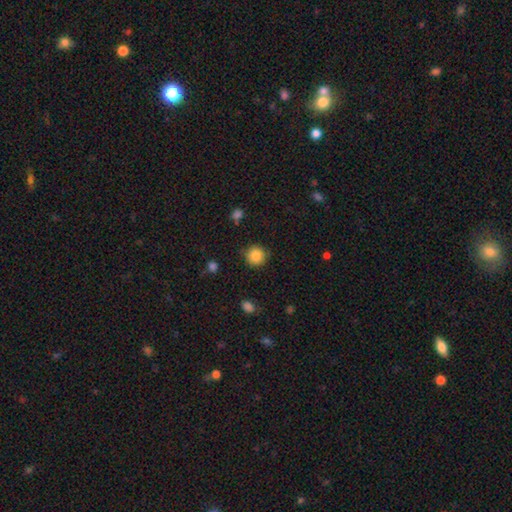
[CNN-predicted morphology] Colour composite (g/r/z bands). It shows a smooth galaxy with no disk features (85%) that is round (93%). Merging: none (87%).